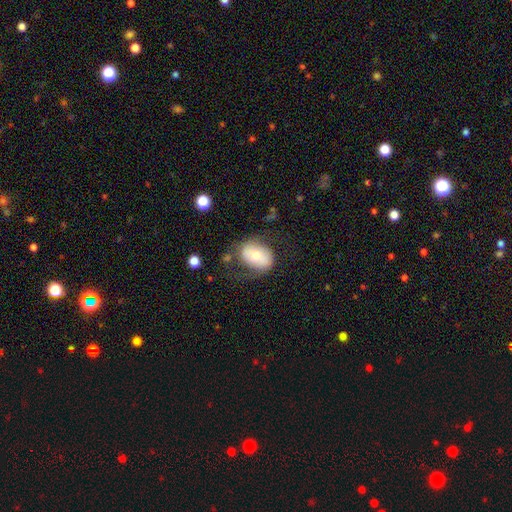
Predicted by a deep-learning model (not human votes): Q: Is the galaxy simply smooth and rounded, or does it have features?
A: smooth — 59%.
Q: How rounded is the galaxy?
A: in between — 75%.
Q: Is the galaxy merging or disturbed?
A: none — 60%.